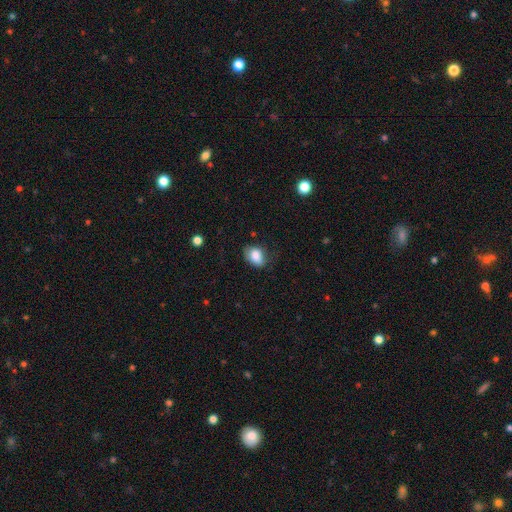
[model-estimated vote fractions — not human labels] smooth 84%, star or artifact 8%, featured or disk 8%. Down the decision tree: how rounded — in between (79%); merging — none (60%).